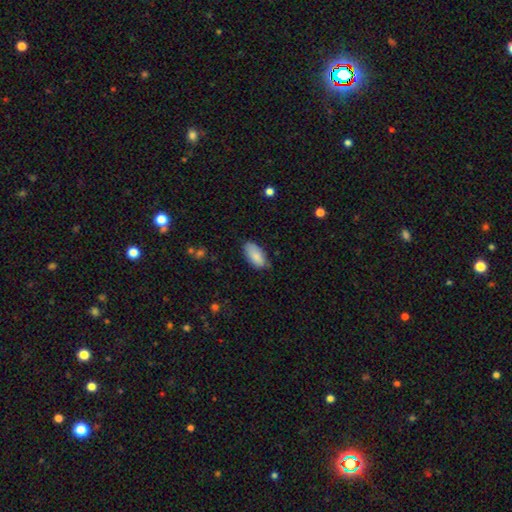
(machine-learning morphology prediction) This is clearly a smooth galaxy (85%). How rounded: clearly in between (93%). Merging: likely none (69%).